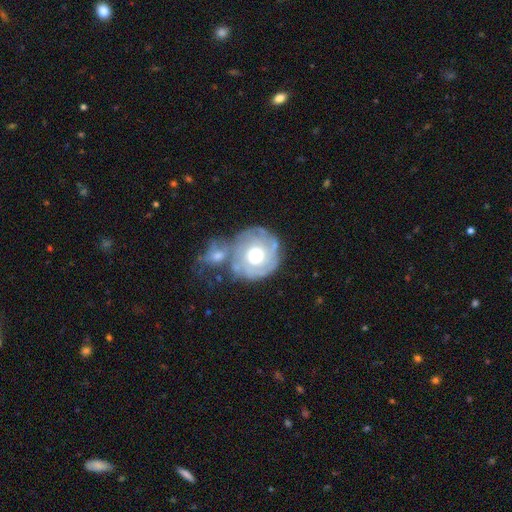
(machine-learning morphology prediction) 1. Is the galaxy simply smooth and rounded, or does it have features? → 67% featured or disk, 26% smooth, 6% star or artifact.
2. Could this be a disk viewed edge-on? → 97% no, 3% yes.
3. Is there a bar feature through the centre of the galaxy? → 84% no, 13% weak, 3% strong.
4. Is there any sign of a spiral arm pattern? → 71% yes, 29% no.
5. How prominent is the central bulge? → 64% moderate, 28% large, 4% small, 2% dominant, 1% none.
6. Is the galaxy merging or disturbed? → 44% none, 31% merger, 16% minor disturbance, 9% major disturbance.